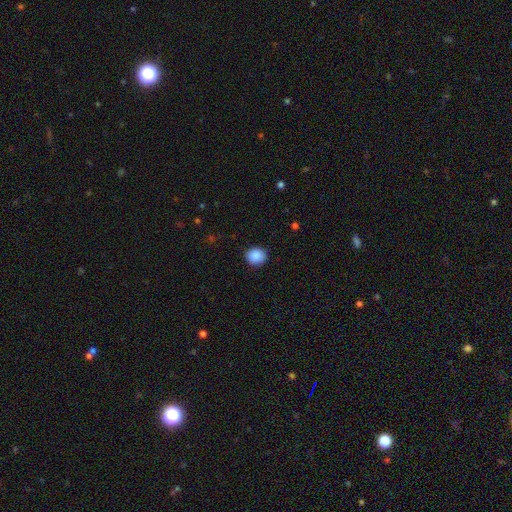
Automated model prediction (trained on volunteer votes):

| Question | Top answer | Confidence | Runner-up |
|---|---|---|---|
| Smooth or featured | smooth | 89% | star or artifact (8%) |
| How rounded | round | 79% | in between (20%) |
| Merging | none | 90% | minor disturbance (7%) |